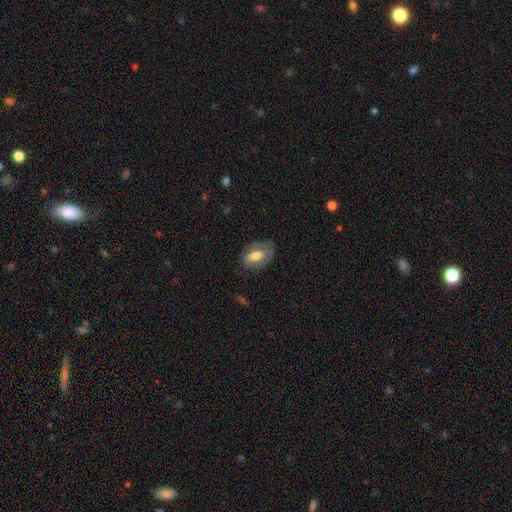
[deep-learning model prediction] Smooth or featured: smooth — 59% (featured or disk — 34%)
How rounded: in between — 87% (round — 11%)
Merging: none — 66% (minor disturbance — 23%)